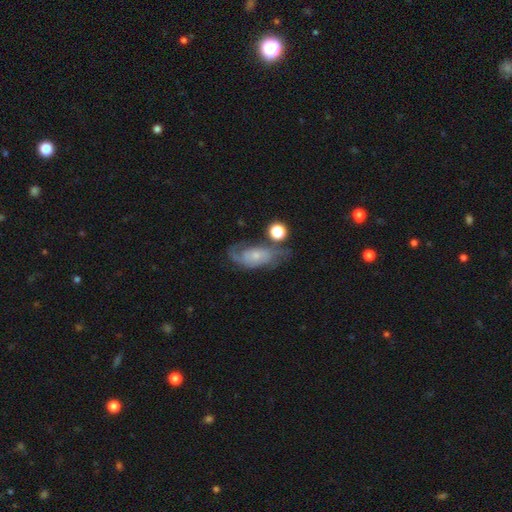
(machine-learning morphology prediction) A featured or disk galaxy (74%) with no bar (71%), 2 (64%) medium (44%) spiral arms (91%) and a small central bulge (63%). Merging: none (51%).